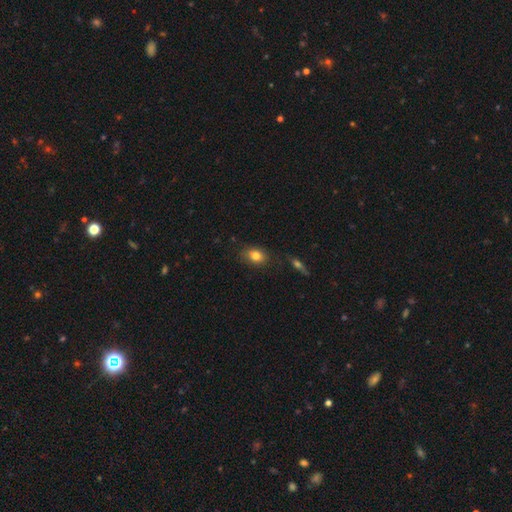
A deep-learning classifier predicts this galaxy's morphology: smooth_or_featured: smooth (p=0.81) [alt: featured or disk p=0.10]
how_rounded: in between (p=0.70) [alt: round p=0.28]
merging: none (p=0.78) [alt: minor disturbance p=0.15]